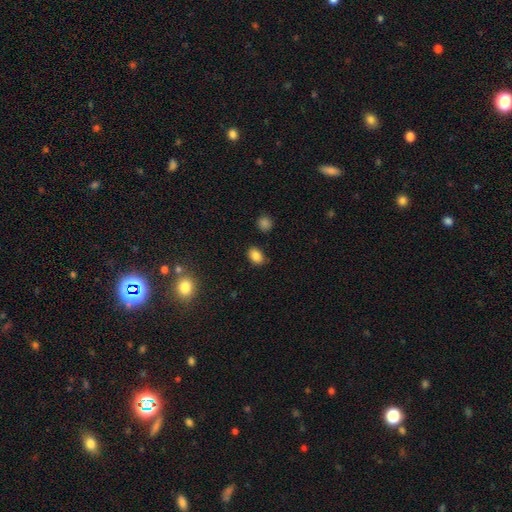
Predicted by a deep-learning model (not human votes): A smooth galaxy with no disk features (85%) that is in between round and cigar-shaped (77%).

Vote fractions:
- Smooth or featured? smooth: 85% / star or artifact: 10% / featured or disk: 4%
- How rounded? in between: 77% / round: 22% / cigar-shaped: 1%
- Merging? none: 84% / minor disturbance: 11% / merger: 3% / major disturbance: 3%